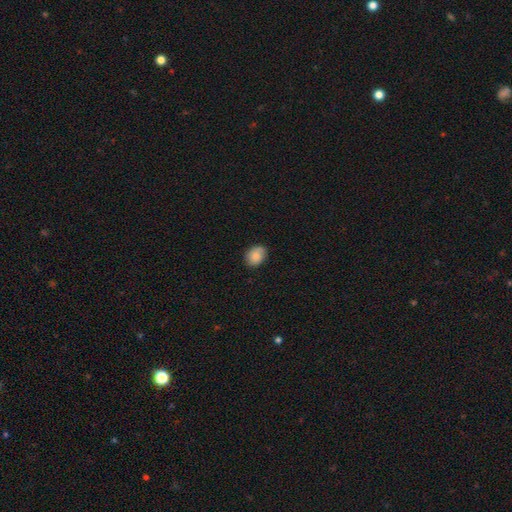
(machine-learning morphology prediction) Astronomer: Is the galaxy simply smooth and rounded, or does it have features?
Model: smooth — 82%.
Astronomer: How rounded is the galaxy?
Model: in between — 54% (runner-up: round, 45%).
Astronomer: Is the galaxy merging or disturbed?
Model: none — 79%.